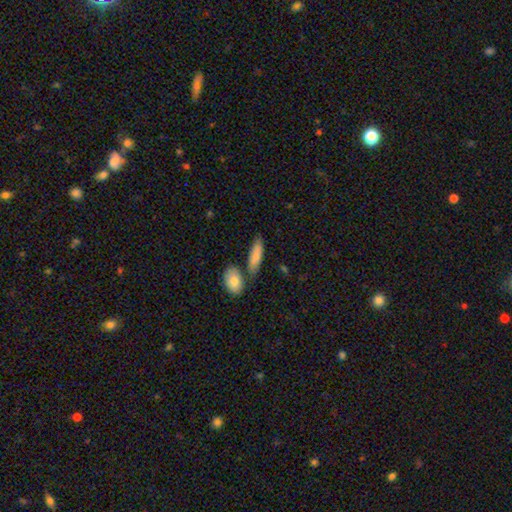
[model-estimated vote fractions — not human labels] Smooth or featured? Predicted: smooth (p=0.84). How rounded? Predicted: in between (p=0.57). Merging? Predicted: none (p=0.70).